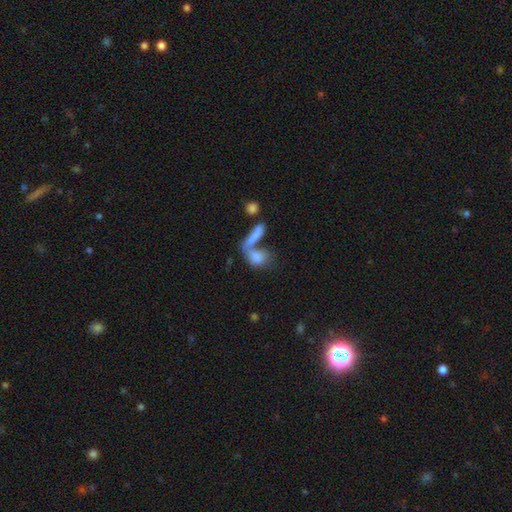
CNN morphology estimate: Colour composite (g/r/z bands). It shows a smooth galaxy with no disk features (72%) that is in between round and cigar-shaped (64%). Merging: merger (55%).